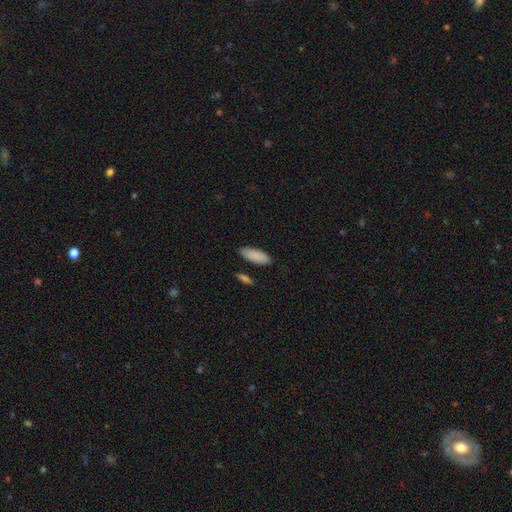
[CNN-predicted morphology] This is clearly a smooth galaxy (88%). How rounded: likely in between (74%). Merging: clearly none (81%).